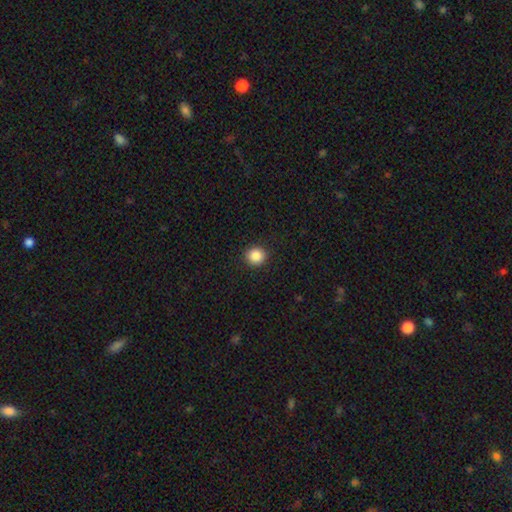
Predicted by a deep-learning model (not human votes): Smooth or featured? smooth (88%)
How rounded? round (90%)
Merging? none (92%)